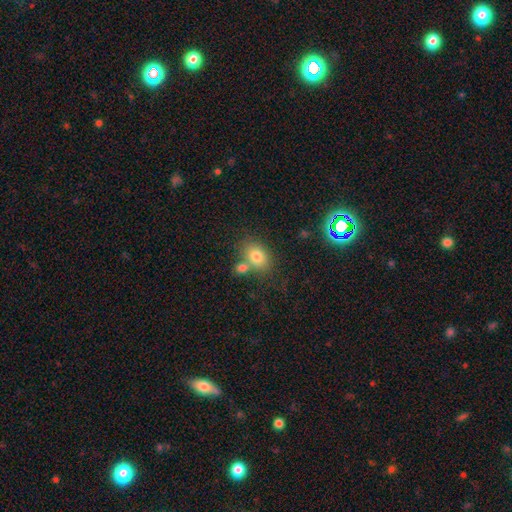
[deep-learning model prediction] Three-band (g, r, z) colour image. It shows a smooth galaxy with no disk features (78%) that is in between round and cigar-shaped (69%). Merging: none (56%).